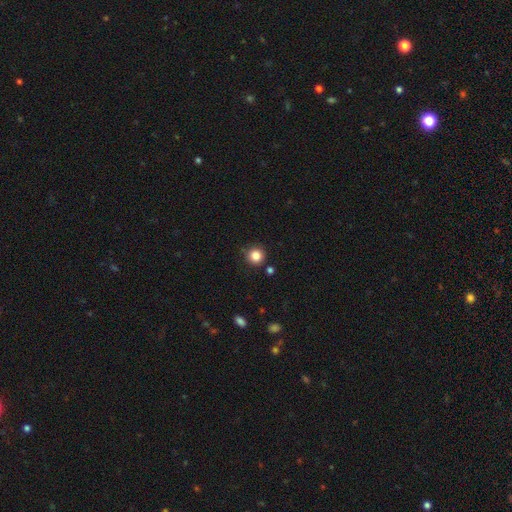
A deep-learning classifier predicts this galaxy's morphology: Smooth or featured: smooth — 85% (star or artifact — 11%)
How rounded: round — 93% (in between — 6%)
Merging: none — 84% (minor disturbance — 10%)